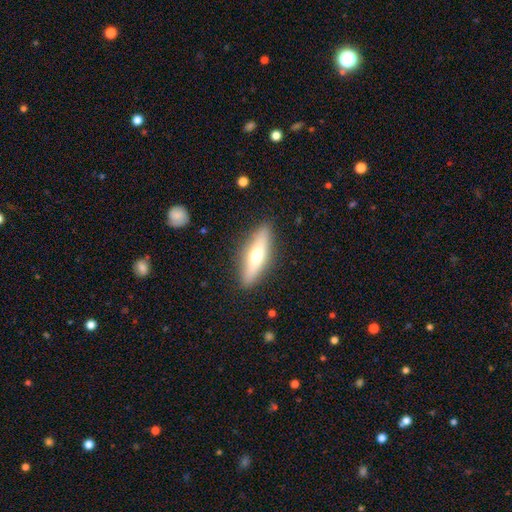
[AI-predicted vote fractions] This appears to be a smooth galaxy with no disk features (51%) that is cigar-shaped (66%). Merging: none (88%).